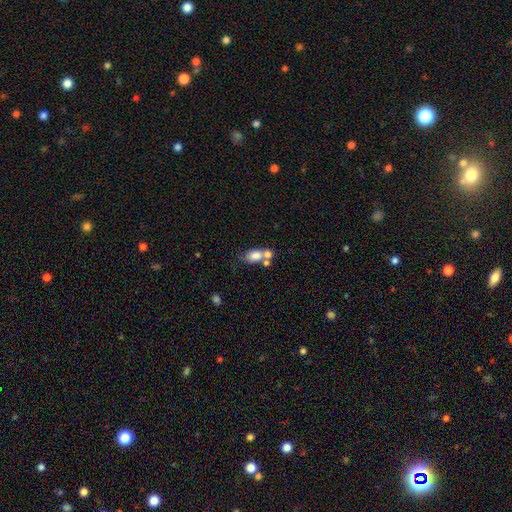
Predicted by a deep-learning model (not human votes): A smooth galaxy with no disk features (75%) that is in between round and cigar-shaped (75%). Merging: merger (48%).